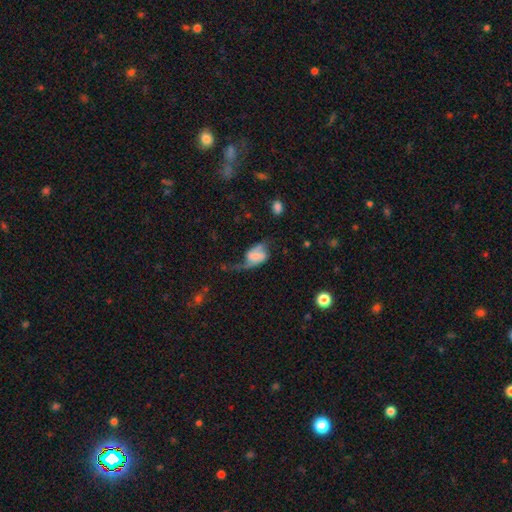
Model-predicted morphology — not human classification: Smooth or featured?
  - featured or disk: 57% *
  - smooth: 34%
  - star or artifact: 9%
Edge-on disk?
  - no: 96% *
  - yes: 4%
Bar?
  - weak: 40% *
  - no: 33%
  - strong: 27%
Spiral arms?
  - yes: 82% *
  - no: 18%
Bulge size?
  - none: 44% *
  - small: 22%
  - moderate: 16%
  - large: 12%
  - dominant: 5%
Merging?
  - major disturbance: 44% *
  - none: 27%
  - minor disturbance: 24%
  - merger: 5%